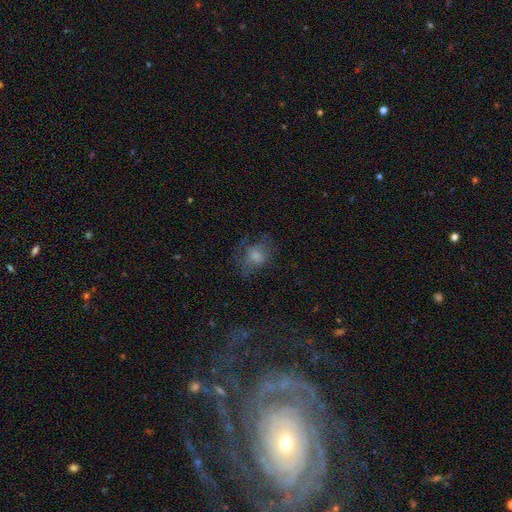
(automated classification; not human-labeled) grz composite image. It shows a smooth galaxy with no disk features (56%) that is in between round and cigar-shaped (53%). Merging: none (50%).